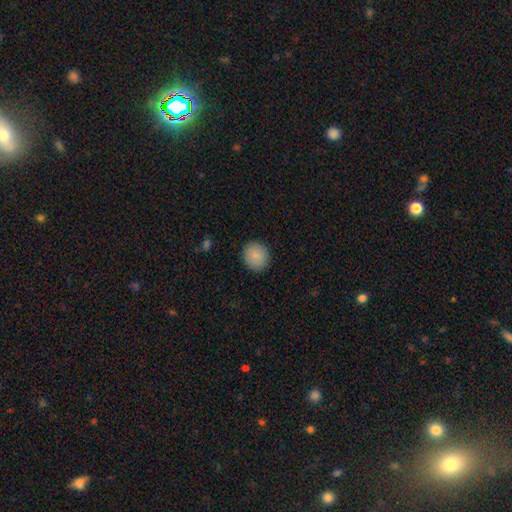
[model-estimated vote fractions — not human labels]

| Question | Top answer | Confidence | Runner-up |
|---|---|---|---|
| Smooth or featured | smooth | 87% | star or artifact (7%) |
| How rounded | round | 83% | in between (16%) |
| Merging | none | 90% | minor disturbance (7%) |